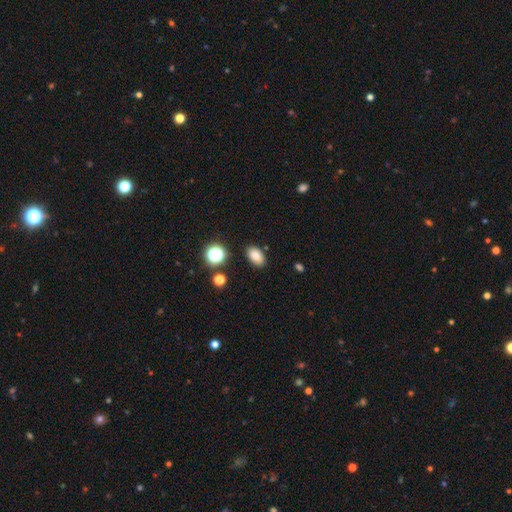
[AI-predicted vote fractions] This is clearly a smooth galaxy (83%). How rounded: clearly in between (89%). Merging: clearly none (86%).